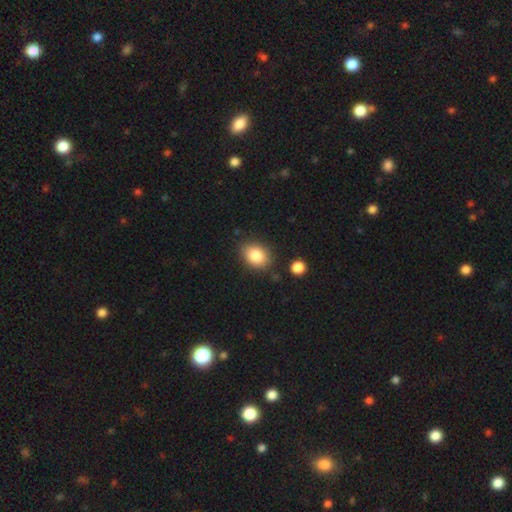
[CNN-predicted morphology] Smooth or featured? smooth (84%)
How rounded? in between (66%)
Merging? none (80%)